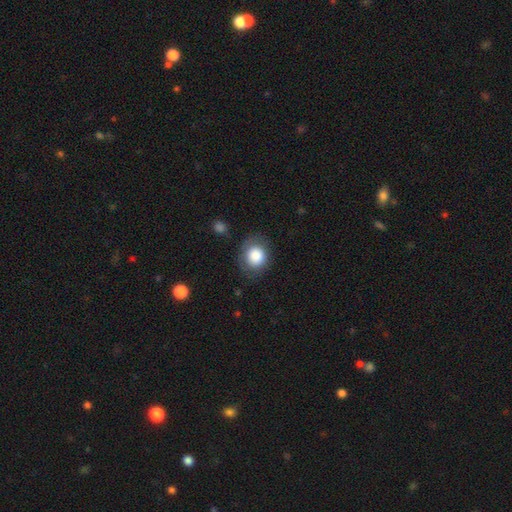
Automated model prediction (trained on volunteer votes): The model was most divided on "how rounded": round: 69%, in between: 30%, cigar-shaped: 1%. More confident: smooth or featured — smooth (84%); merging — none (74%).